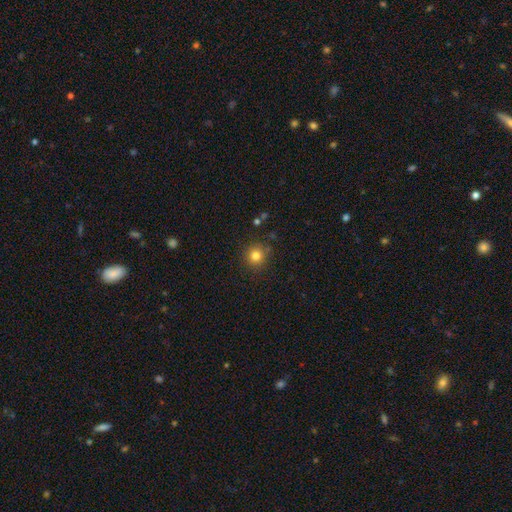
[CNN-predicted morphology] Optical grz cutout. It shows a smooth galaxy with no disk features (81%) that is round (92%). Merging: none (86%).